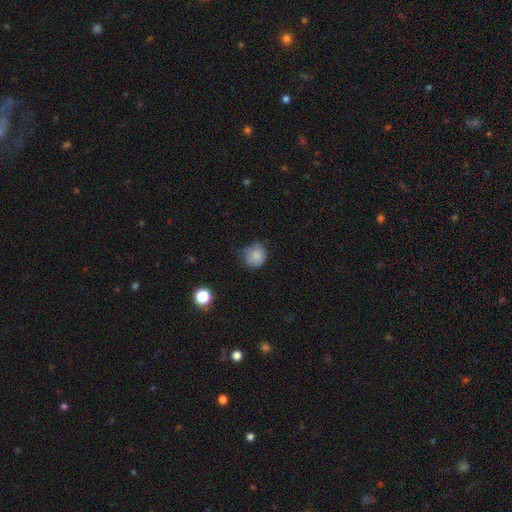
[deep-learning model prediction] This is clearly a smooth galaxy (82%). How rounded: clearly round (87%). Merging: likely none (63%).